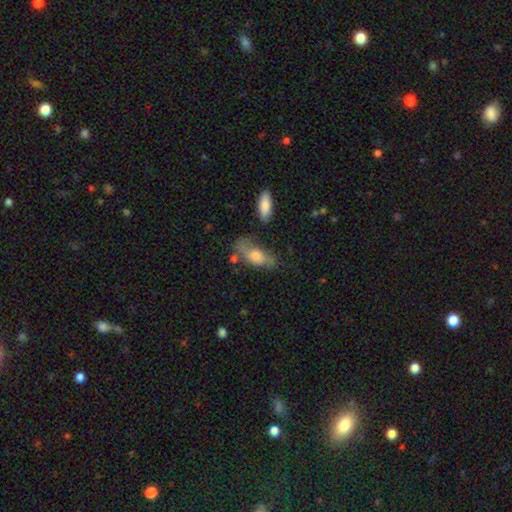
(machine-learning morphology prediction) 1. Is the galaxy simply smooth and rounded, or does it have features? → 63% smooth, 29% featured or disk, 8% star or artifact.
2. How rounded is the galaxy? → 79% in between, 17% cigar-shaped, 4% round.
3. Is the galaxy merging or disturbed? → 51% none, 27% minor disturbance, 14% major disturbance, 9% merger.